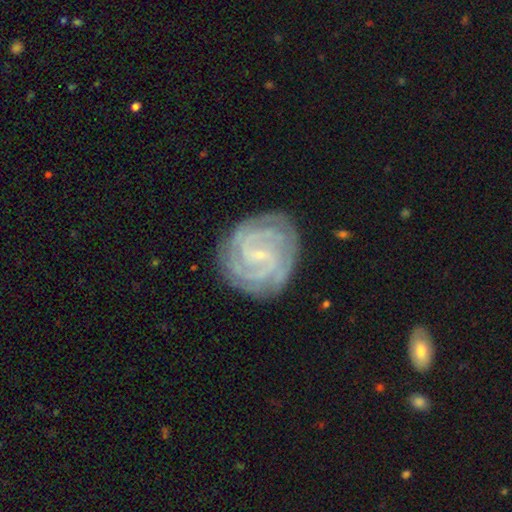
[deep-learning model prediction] featured or disk 88%, star or artifact 6%, smooth 6%. Down the decision tree: edge-on disk — no (98%); bar — weak (47%); spiral arms — yes (98%); spiral arm count — 3 (23%); spiral winding — tight (79%); bulge size — small (83%); merging — none (84%).